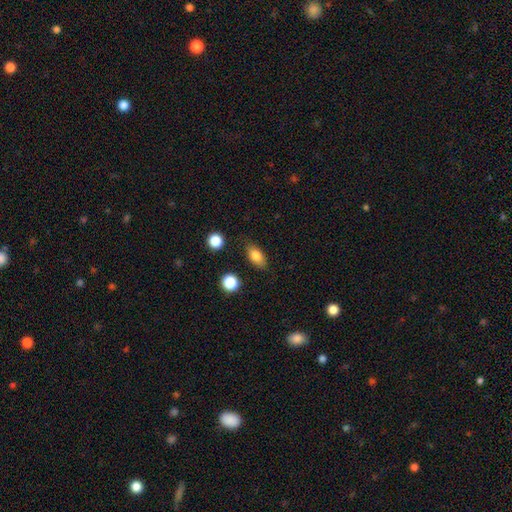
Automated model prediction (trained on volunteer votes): Smooth or featured?
  - smooth: 83% *
  - star or artifact: 9%
  - featured or disk: 8%
How rounded?
  - in between: 84% *
  - round: 9%
  - cigar-shaped: 6%
Merging?
  - none: 81% *
  - minor disturbance: 13%
  - major disturbance: 3%
  - merger: 2%